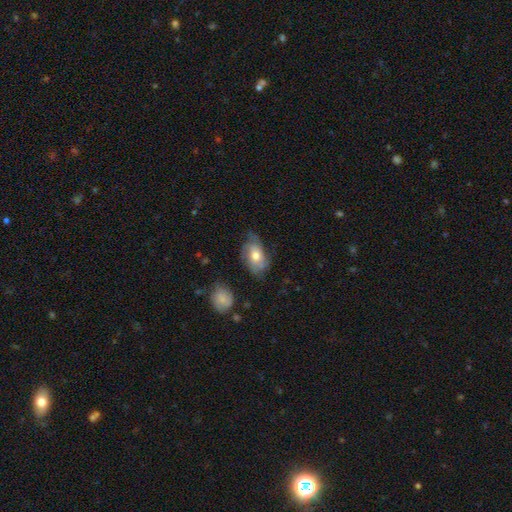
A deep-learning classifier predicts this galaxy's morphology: Overall: featured or disk (46%, tied with smooth). Merging: none (55%; minor disturbance 30%).